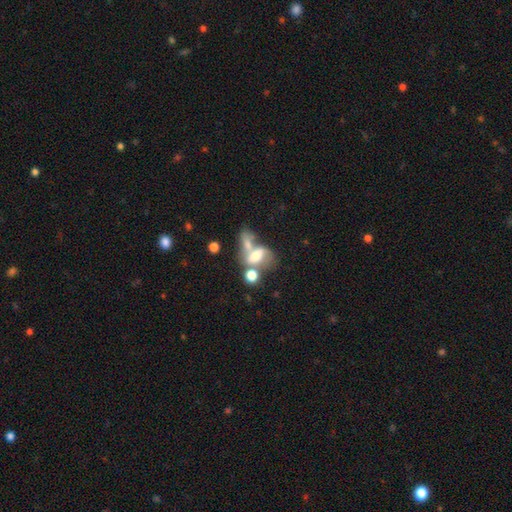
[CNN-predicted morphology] Overall: smooth (49%; featured or disk 39%). Merging: merger (59%).